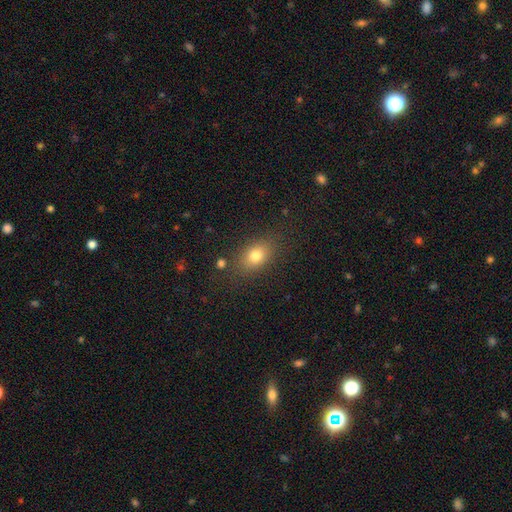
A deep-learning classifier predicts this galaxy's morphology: Q: Smooth or featured?
A: smooth (78%); runner-up: star or artifact (11%)
Q: How rounded?
A: in between (76%); runner-up: round (21%)
Q: Merging?
A: none (81%); runner-up: minor disturbance (12%)